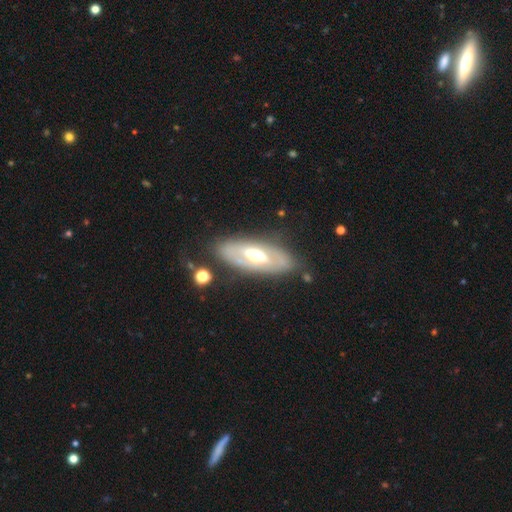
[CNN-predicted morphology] A featured or disk galaxy (66%) with no bar (52%), no spiral arms (72%) and a moderate central bulge (68%).

Vote fractions:
- Smooth or featured? featured or disk: 66% / smooth: 28% / star or artifact: 6%
- Edge-on disk? no: 77% / yes: 23%
- Bar? no: 52% / weak: 27% / strong: 21%
- Spiral arms? no: 72% / yes: 28%
- Bulge size? moderate: 68% / large: 21% / small: 8% / dominant: 2% / none: 1%
- Merging? none: 77% / minor disturbance: 15% / major disturbance: 5% / merger: 3%